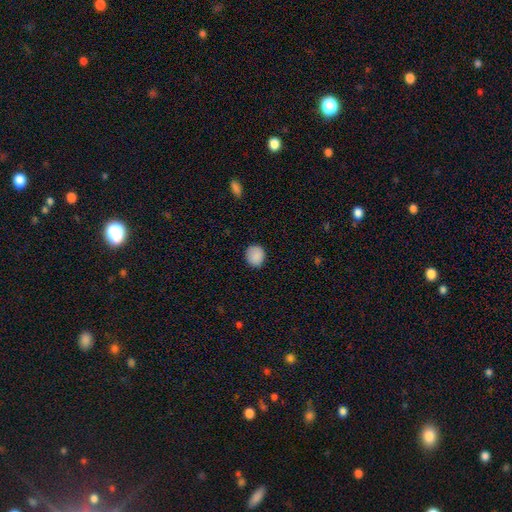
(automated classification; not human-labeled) smooth 88%, star or artifact 8%, featured or disk 4%. Down the decision tree: how rounded — round (77%); merging — none (87%).